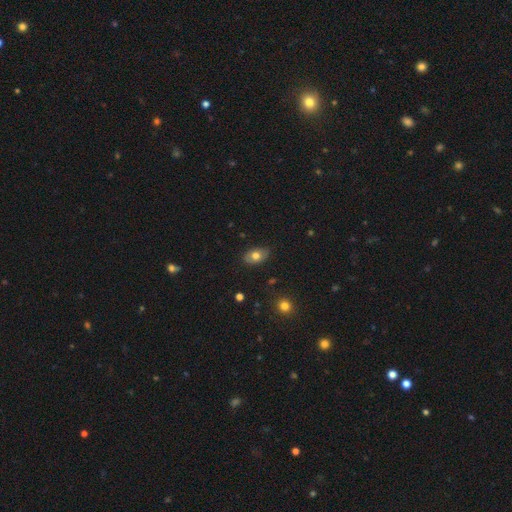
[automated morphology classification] Smooth or featured: smooth — 72% (featured or disk — 19%)
How rounded: in between — 88% (round — 11%)
Merging: none — 82% (minor disturbance — 14%)